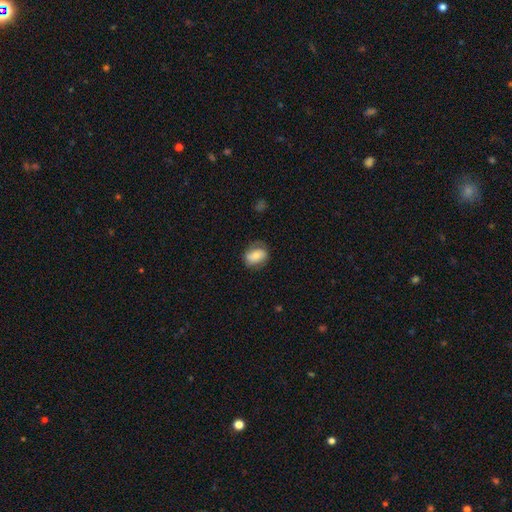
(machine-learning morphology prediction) Smooth or featured: smooth — 67% (featured or disk — 26%)
How rounded: in between — 73% (round — 25%)
Merging: none — 68% (minor disturbance — 22%)